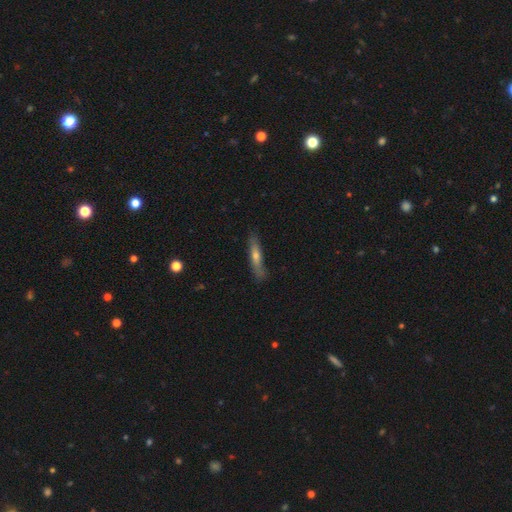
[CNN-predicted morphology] Smooth or featured? smooth (47%, tied with featured or disk)
Merging? none (80%)